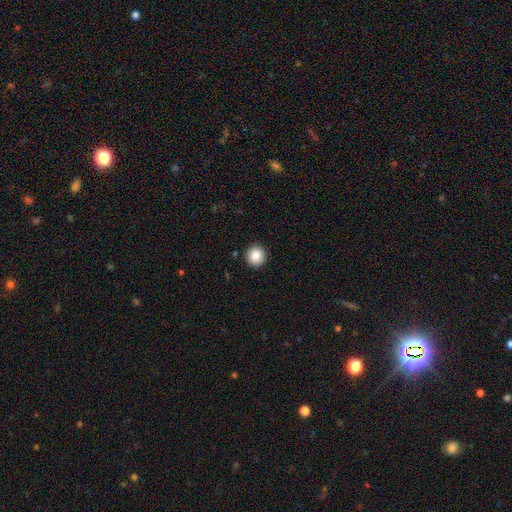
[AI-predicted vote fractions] A smooth galaxy with no disk features (87%) that is round (92%). Merging: none (91%).